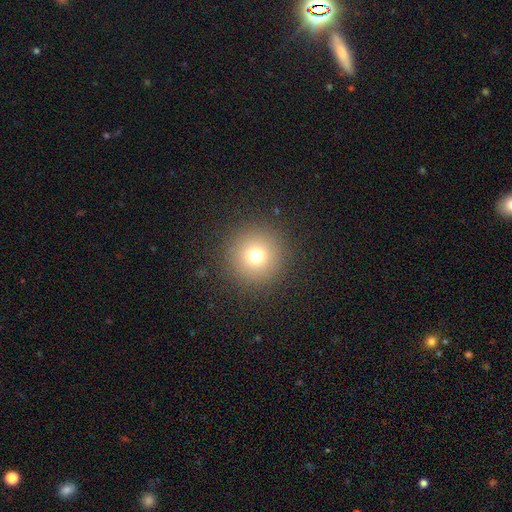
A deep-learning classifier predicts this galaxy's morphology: Smooth or featured? smooth (73%)
How rounded? round (96%)
Merging? none (91%)